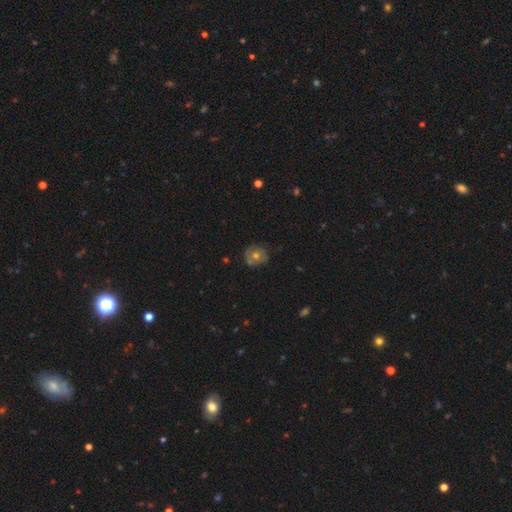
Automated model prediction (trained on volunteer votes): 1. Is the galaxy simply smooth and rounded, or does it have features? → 44% smooth, 40% featured or disk, 16% star or artifact.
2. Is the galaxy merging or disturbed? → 76% none, 17% minor disturbance, 5% major disturbance, 3% merger.